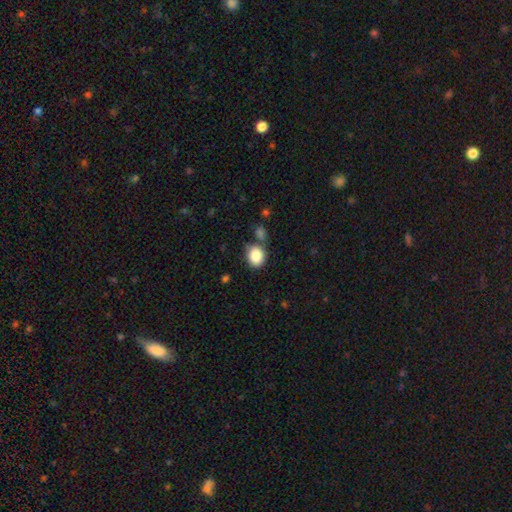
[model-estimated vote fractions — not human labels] Smooth or featured? smooth (86%)
How rounded? round (60%)
Merging? none (67%)